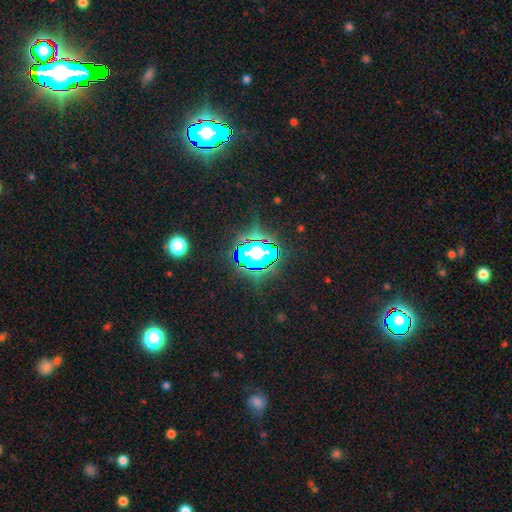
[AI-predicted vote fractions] Morphology: type=star or artifact (64%).